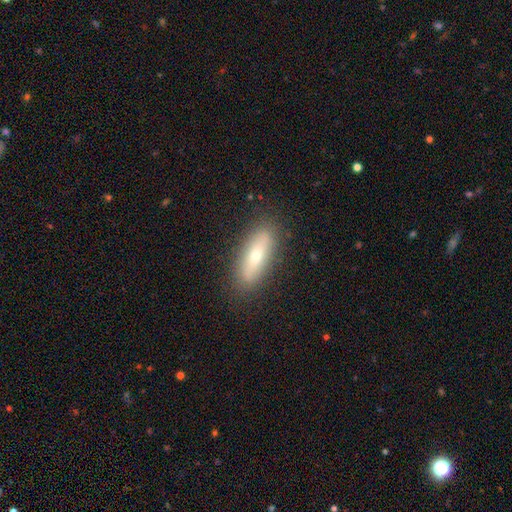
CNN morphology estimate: Smooth or featured? Predicted: smooth (p=0.60). How rounded? Predicted: in between (p=0.54). Merging? Predicted: none (p=0.87).